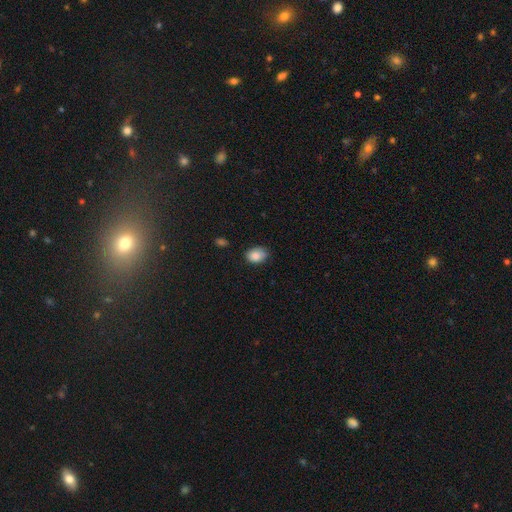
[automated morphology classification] type=smooth (85%); roundness=in between (68%); merging=none (68%).